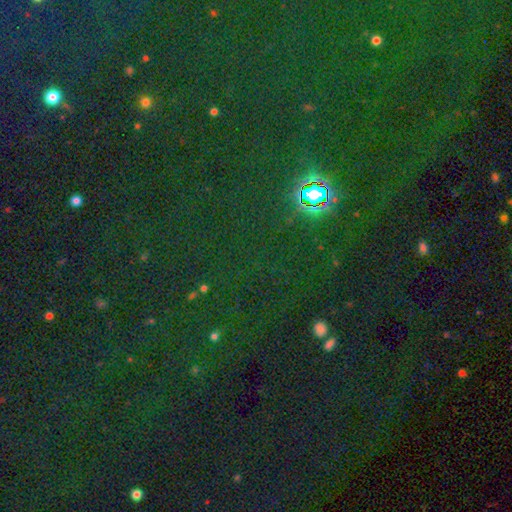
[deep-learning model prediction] Morphology: type=star or artifact (80%).